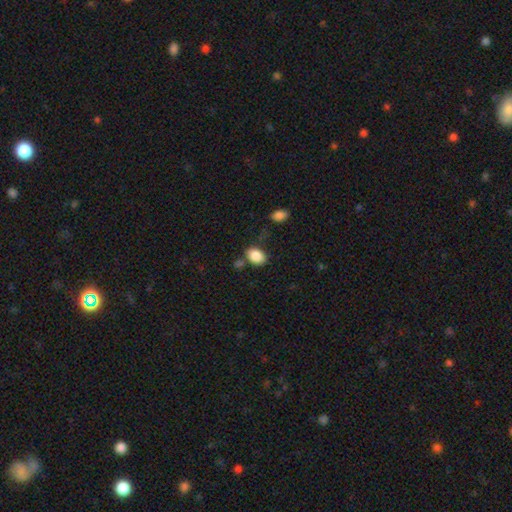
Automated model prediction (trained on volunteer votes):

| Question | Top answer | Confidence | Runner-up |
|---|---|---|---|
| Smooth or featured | smooth | 87% | star or artifact (8%) |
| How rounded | in between | 78% | round (21%) |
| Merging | none | 66% | minor disturbance (19%) |